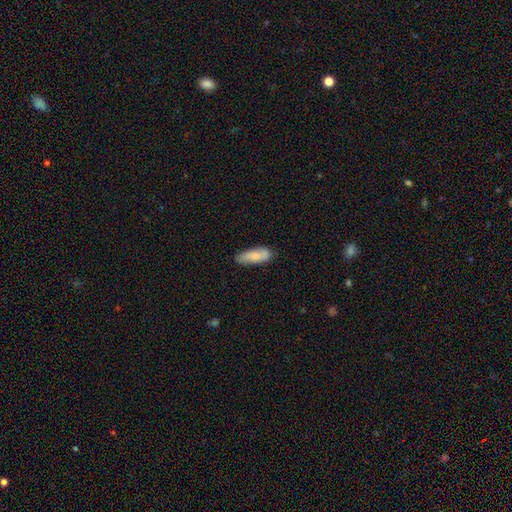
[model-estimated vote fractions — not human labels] smooth 80%, featured or disk 14%, star or artifact 6%. Down the decision tree: how rounded — in between (63%); merging — none (74%).